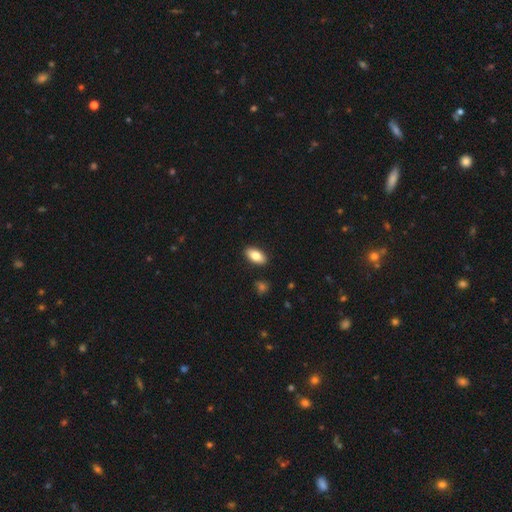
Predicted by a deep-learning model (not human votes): A smooth galaxy with no disk features (80%) that is in between round and cigar-shaped (90%). Merging: none (90%).